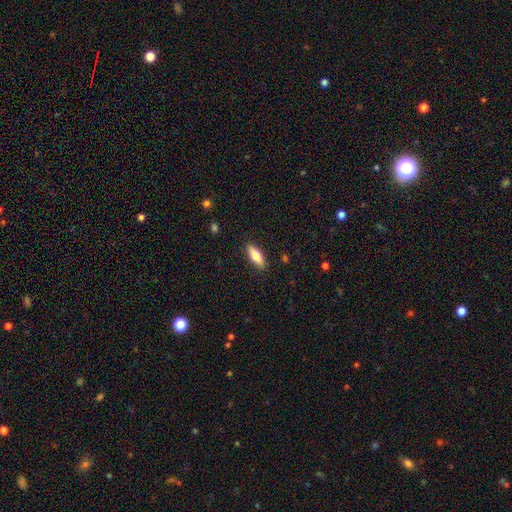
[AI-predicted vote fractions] Smooth or featured? smooth (68%)
How rounded? in between (59%)
Merging? none (88%)